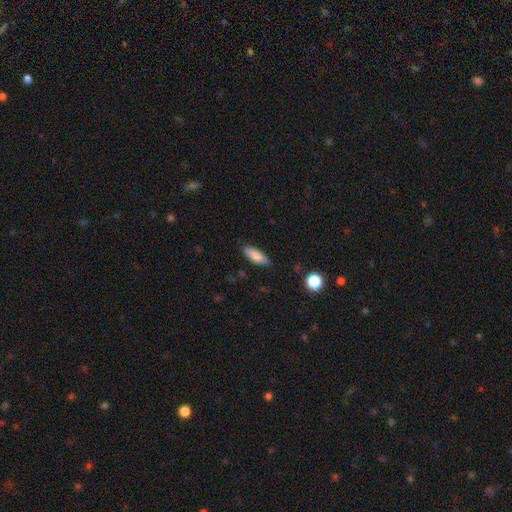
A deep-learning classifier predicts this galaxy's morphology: This is clearly a smooth galaxy (83%). How rounded: likely in between (67%). Merging: clearly none (85%).